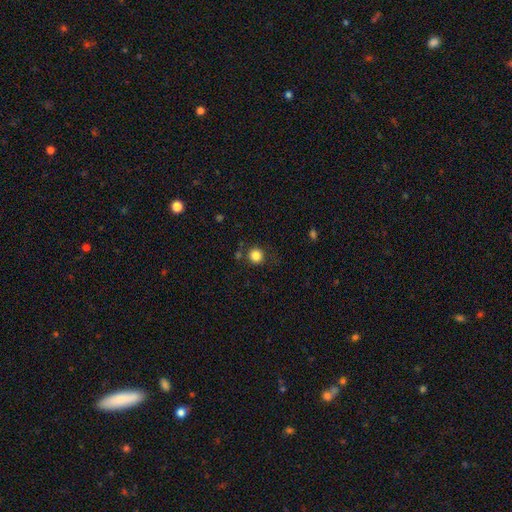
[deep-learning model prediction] Smooth or featured? Predicted: smooth (p=0.84). How rounded? Predicted: round (p=0.92). Merging? Predicted: none (p=0.81).